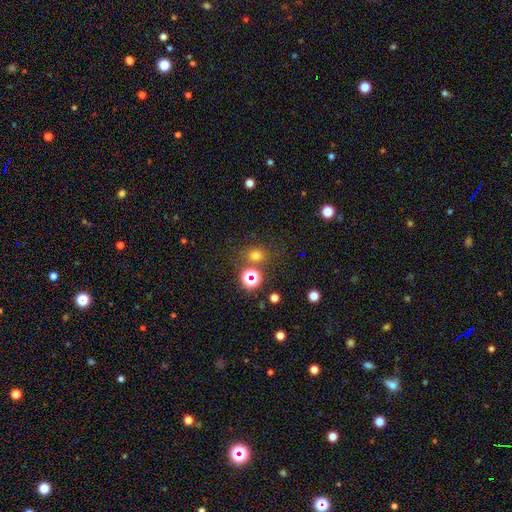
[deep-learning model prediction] Overall: smooth (63%; star or artifact 30%). How rounded: round (79%). Merging: none (74%).